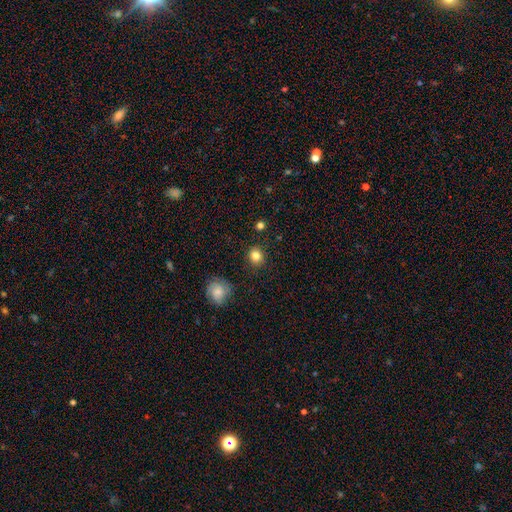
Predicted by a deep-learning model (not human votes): Morphology: type=smooth (84%); roundness=round (83%); merging=none (88%).